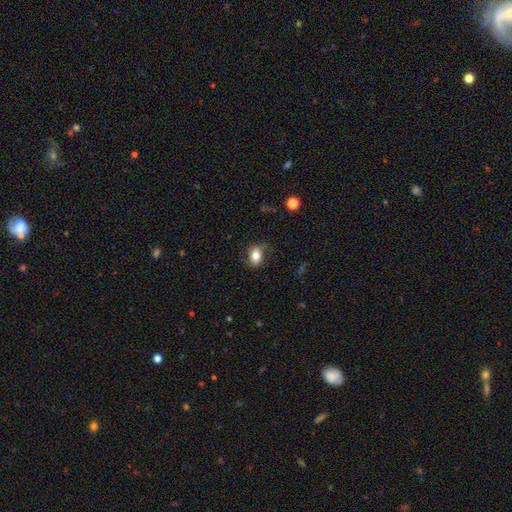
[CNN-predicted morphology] Smooth or featured?
  - smooth: 77% *
  - featured or disk: 14%
  - star or artifact: 9%
How rounded?
  - in between: 72% *
  - round: 27%
  - cigar-shaped: 1%
Merging?
  - none: 74% *
  - minor disturbance: 18%
  - major disturbance: 7%
  - merger: 1%